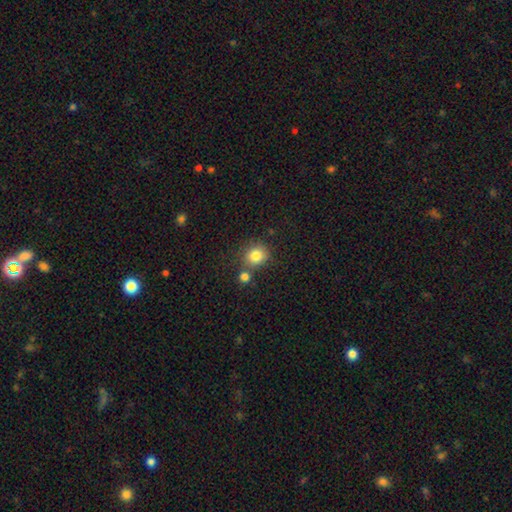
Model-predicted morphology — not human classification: smooth_or_featured: smooth (p=0.82) [alt: star or artifact p=0.11]
how_rounded: round (p=0.83) [alt: in between p=0.16]
merging: none (p=0.68) [alt: merger p=0.18]